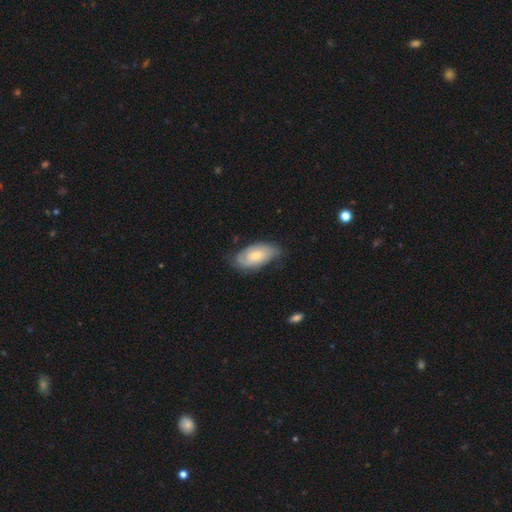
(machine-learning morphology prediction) Overall: featured or disk (48%; smooth 46%). Merging: none (65%; minor disturbance 27%).